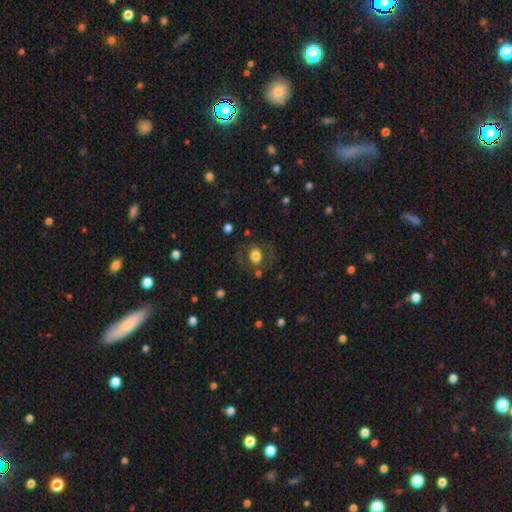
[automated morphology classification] smooth_or_featured: smooth (p=0.71) [alt: featured or disk p=0.19]
how_rounded: round (p=0.50) [alt: in between p=0.49]
merging: none (p=0.73) [alt: minor disturbance p=0.14]